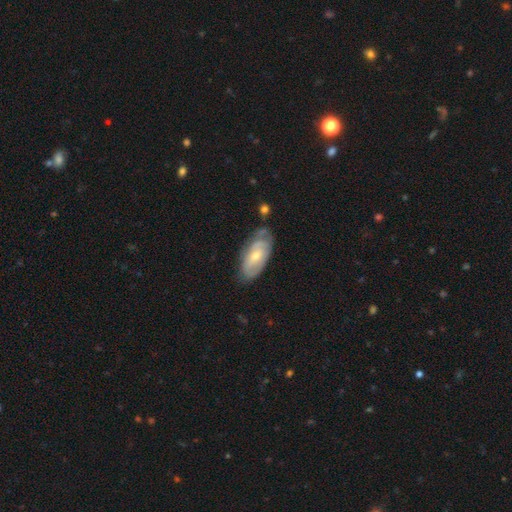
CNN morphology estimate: smooth_or_featured: featured or disk (p=0.57) [alt: smooth p=0.37]
disk_edge_on: no (p=0.90) [alt: yes p=0.10]
bar: no (p=0.61) [alt: weak p=0.31]
has_spiral_arms: yes (p=0.68) [alt: no p=0.32]
bulge_size: small (p=0.48) [alt: moderate p=0.47]
merging: none (p=0.60) [alt: minor disturbance p=0.28]